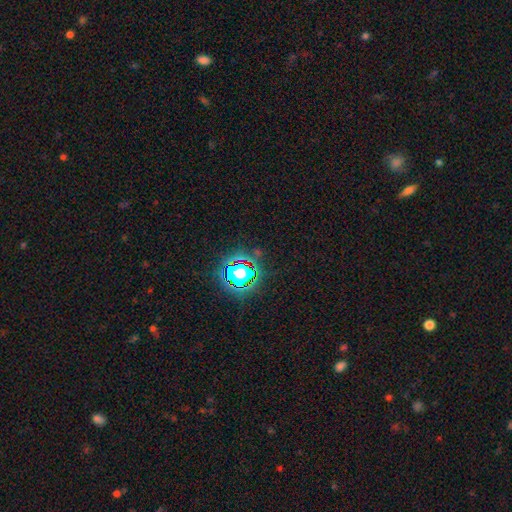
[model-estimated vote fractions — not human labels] Smooth or featured?
  - star or artifact: 82% *
  - smooth: 11%
  - featured or disk: 7%